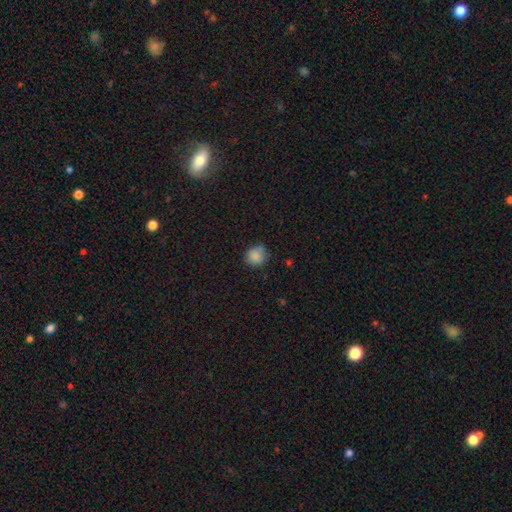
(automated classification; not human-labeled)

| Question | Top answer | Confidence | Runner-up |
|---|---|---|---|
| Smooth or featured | smooth | 85% | star or artifact (10%) |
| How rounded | round | 82% | in between (17%) |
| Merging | none | 74% | minor disturbance (21%) |